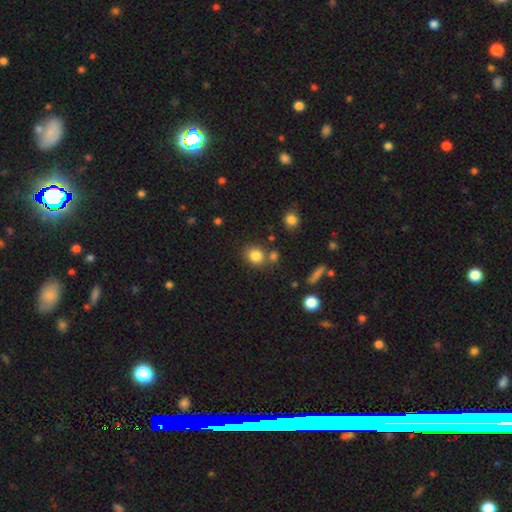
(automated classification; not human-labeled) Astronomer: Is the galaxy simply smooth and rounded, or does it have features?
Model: smooth — 83%.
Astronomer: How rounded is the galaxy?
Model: round — 75%.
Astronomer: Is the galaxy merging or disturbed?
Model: none — 69%.